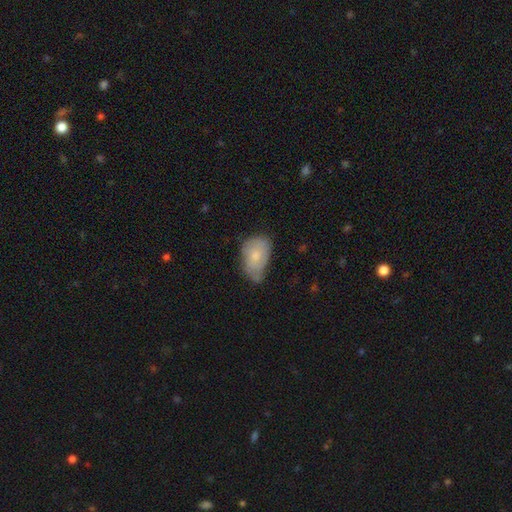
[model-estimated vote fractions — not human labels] Smooth or featured?
  - smooth: 67% *
  - featured or disk: 26%
  - star or artifact: 7%
How rounded?
  - in between: 87% *
  - round: 11%
  - cigar-shaped: 1%
Merging?
  - minor disturbance: 46% *
  - none: 36%
  - major disturbance: 15%
  - merger: 3%